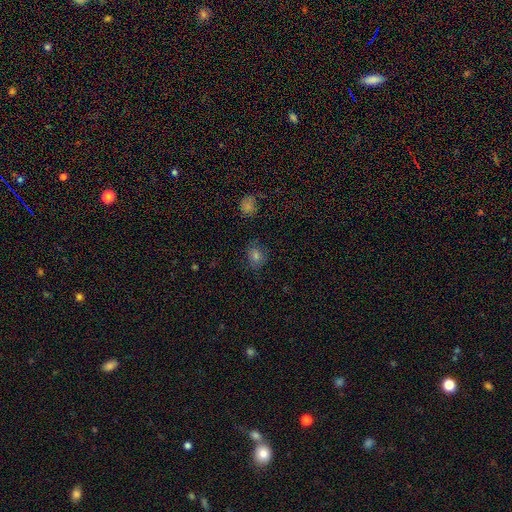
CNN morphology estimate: A smooth galaxy with no disk features (72%) that is round (67%). Merging: none (82%).